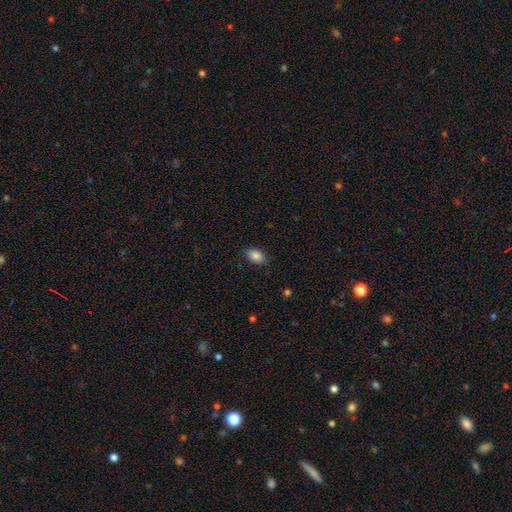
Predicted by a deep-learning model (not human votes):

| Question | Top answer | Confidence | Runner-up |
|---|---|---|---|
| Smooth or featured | smooth | 87% | star or artifact (8%) |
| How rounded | in between | 89% | round (10%) |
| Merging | none | 85% | minor disturbance (11%) |